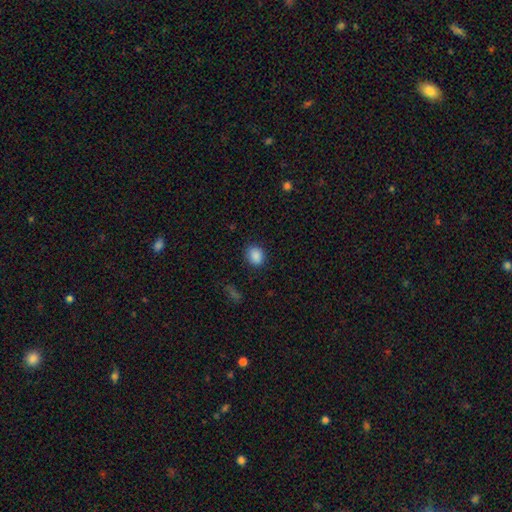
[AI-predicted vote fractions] This appears to be a smooth galaxy with no disk features (88%) that is in between round and cigar-shaped (52%). Merging: none (85%).